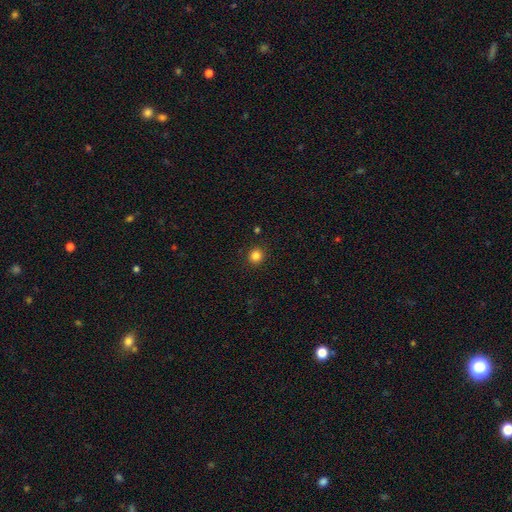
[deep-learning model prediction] Smooth or featured? smooth (83%)
How rounded? round (91%)
Merging? none (91%)